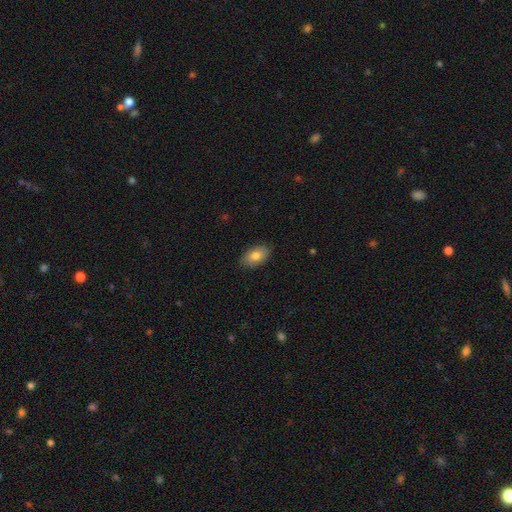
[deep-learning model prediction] Q: Smooth or featured?
A: smooth (81%); runner-up: featured or disk (12%)
Q: How rounded?
A: in between (92%); runner-up: round (6%)
Q: Merging?
A: none (87%); runner-up: minor disturbance (10%)